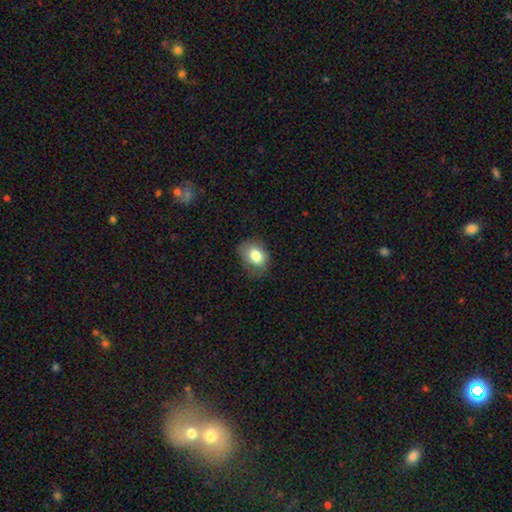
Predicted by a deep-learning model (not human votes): A smooth galaxy with no disk features (79%) that is in between round and cigar-shaped (63%).

Vote fractions:
- Smooth or featured? smooth: 79% / featured or disk: 12% / star or artifact: 9%
- How rounded? in between: 63% / round: 36% / cigar-shaped: 1%
- Merging? none: 64% / minor disturbance: 26% / major disturbance: 8% / merger: 1%